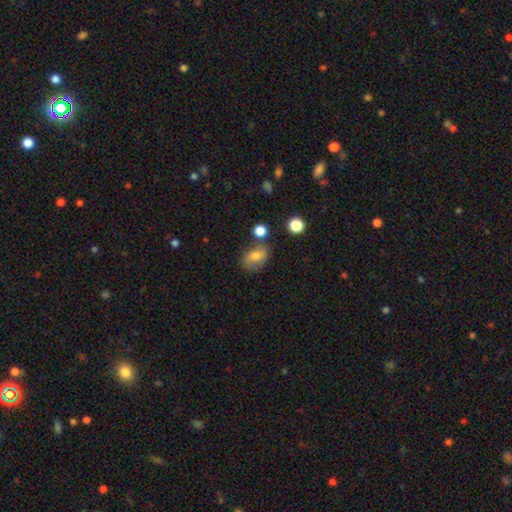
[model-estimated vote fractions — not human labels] This is likely a smooth galaxy (70%). How rounded: likely in between (73%). Merging: likely none (64%).